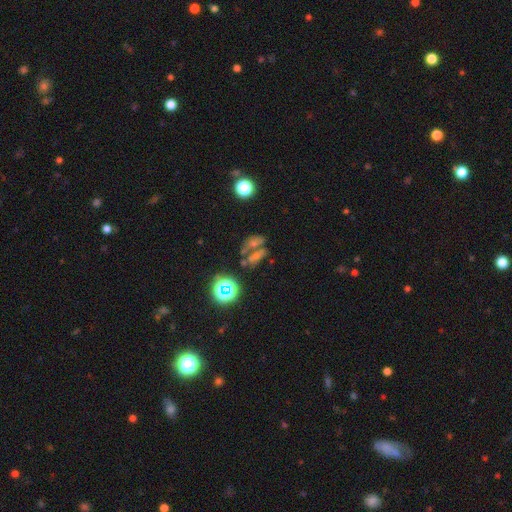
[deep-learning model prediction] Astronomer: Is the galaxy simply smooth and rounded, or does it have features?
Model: smooth — 38% (runner-up: star or artifact, 36%).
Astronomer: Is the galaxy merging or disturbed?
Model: none — 38%, tied with merger at 38%.